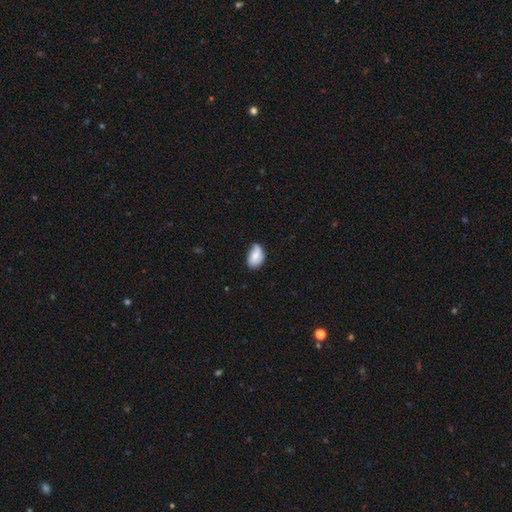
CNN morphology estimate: Smooth or featured? Predicted: smooth (p=0.68). How rounded? Predicted: in between (p=0.89). Merging? Predicted: none (p=0.53).